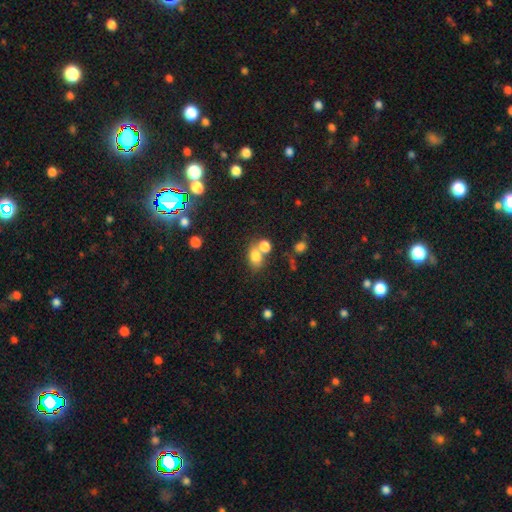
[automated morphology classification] A smooth galaxy with no disk features (78%) that is in between round and cigar-shaped (74%). Merging: none (43%).